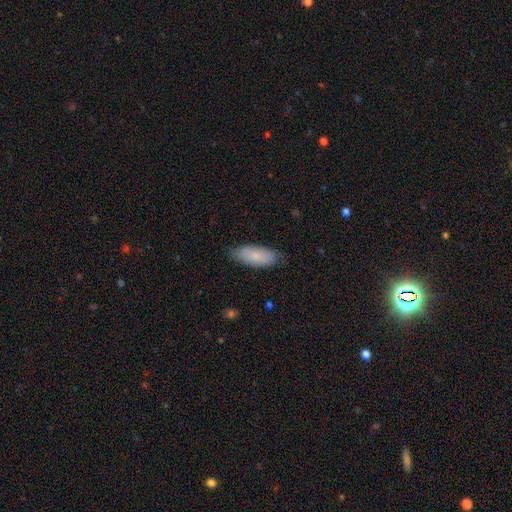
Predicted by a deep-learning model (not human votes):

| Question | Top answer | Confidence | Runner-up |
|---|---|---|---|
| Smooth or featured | smooth | 78% | featured or disk (16%) |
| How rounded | in between | 85% | cigar-shaped (13%) |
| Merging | none | 80% | minor disturbance (17%) |